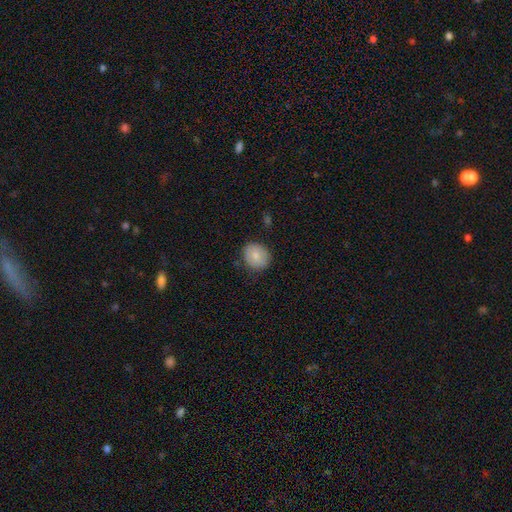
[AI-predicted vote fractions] This is likely a smooth galaxy (80%). How rounded: likely round (75%). Merging: clearly none (81%).